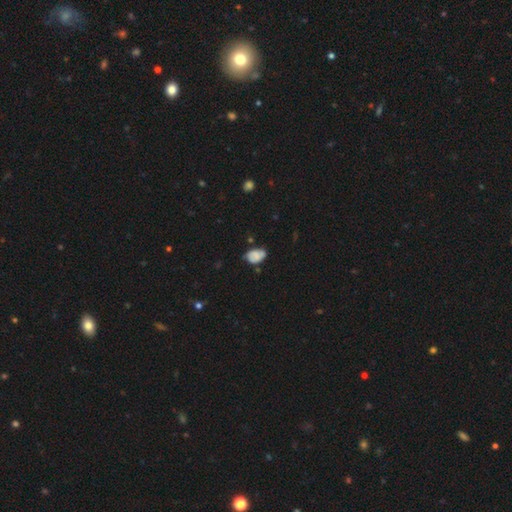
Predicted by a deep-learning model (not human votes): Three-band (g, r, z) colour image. It shows a smooth galaxy with no disk features (62%) that is in between round and cigar-shaped (82%). Merging: none (55%).